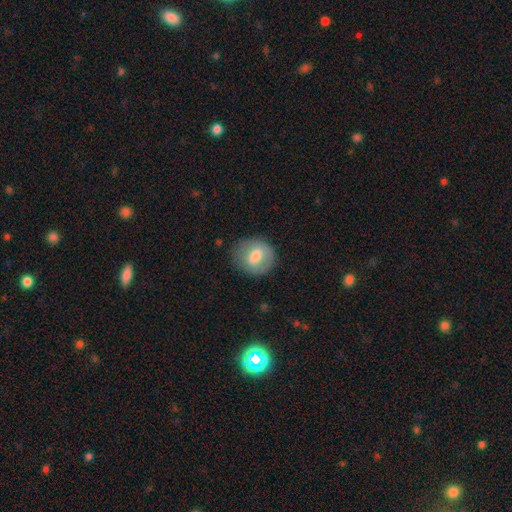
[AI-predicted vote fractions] A smooth galaxy with no disk features (67%) that is round (71%). Merging: none (73%).